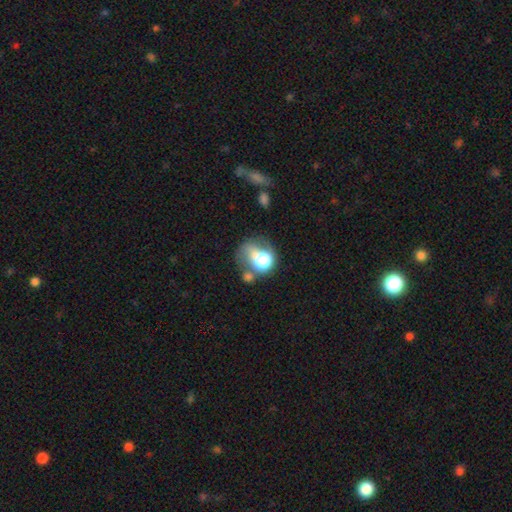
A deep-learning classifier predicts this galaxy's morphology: A smooth galaxy with no disk features (62%) that is round (55%).

Vote fractions:
- Smooth or featured? smooth: 62% / featured or disk: 26% / star or artifact: 12%
- How rounded? round: 55% / in between: 44% / cigar-shaped: 1%
- Merging? merger: 33% / major disturbance: 30% / none: 20% / minor disturbance: 17%